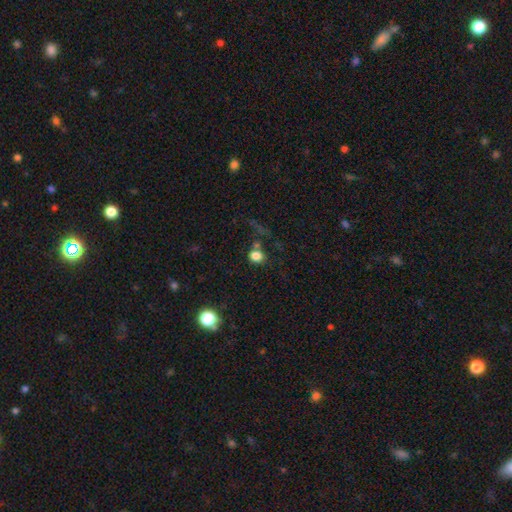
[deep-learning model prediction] A smooth galaxy with no disk features (79%) that is round (71%). Merging: none (63%).